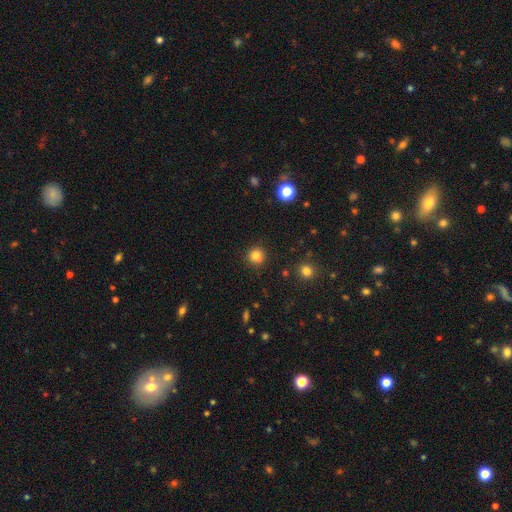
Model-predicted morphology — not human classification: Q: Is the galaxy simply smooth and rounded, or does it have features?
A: smooth — 83%.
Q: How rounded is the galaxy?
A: round — 94%.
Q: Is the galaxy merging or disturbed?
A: none — 90%.